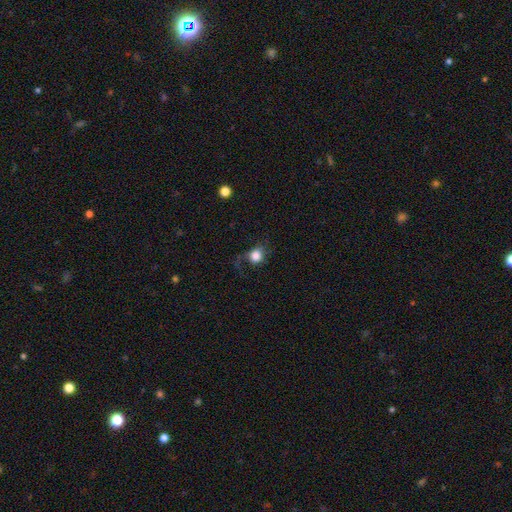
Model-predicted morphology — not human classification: The model was most divided on "merging": none: 48%, major disturbance: 27%, minor disturbance: 23%, merger: 2%. More confident: smooth or featured — smooth (78%); how rounded — round (73%).